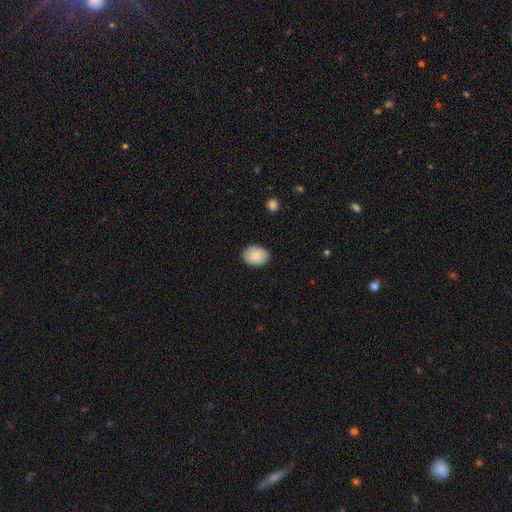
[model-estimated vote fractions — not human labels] A smooth galaxy with no disk features (80%) that is in between round and cigar-shaped (75%).

Vote fractions:
- Smooth or featured? smooth: 80% / featured or disk: 13% / star or artifact: 7%
- How rounded? in between: 75% / round: 25% / cigar-shaped: 1%
- Merging? none: 84% / minor disturbance: 13% / major disturbance: 2% / merger: 1%